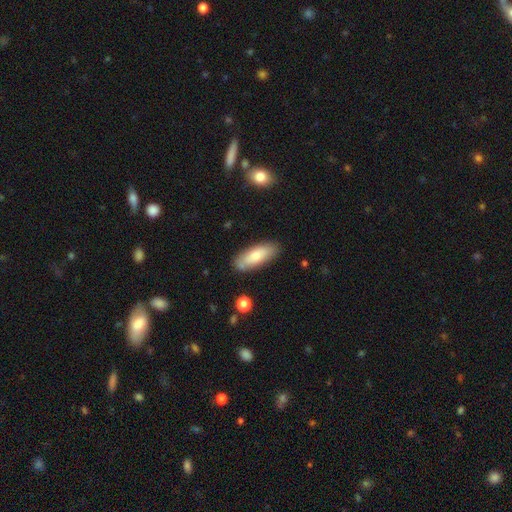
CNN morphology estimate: Overall: smooth (73%). How rounded: in between (72%). Merging: none (79%).